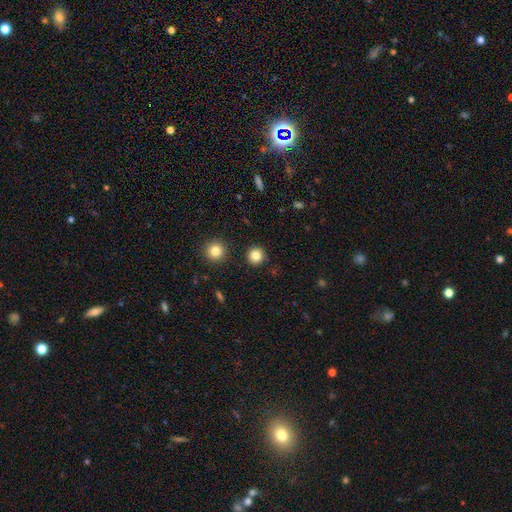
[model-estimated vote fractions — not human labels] smooth-or-featured: smooth: 82% | star or artifact: 12% | featured or disk: 6%
  how-rounded: round: 94% | in between: 5% | cigar-shaped: 1%
  merging: none: 91% | minor disturbance: 5% | major disturbance: 2% | merger: 2%